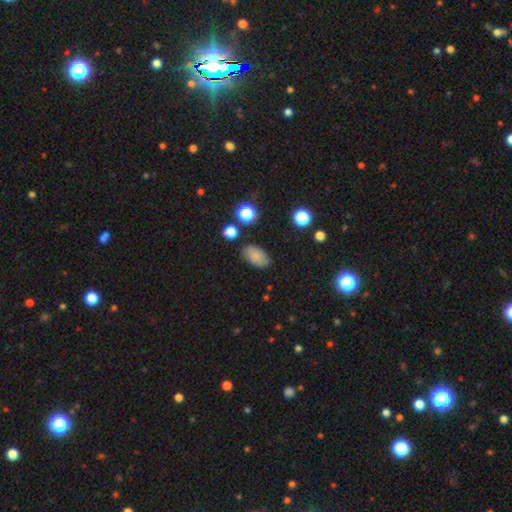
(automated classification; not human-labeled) This is likely a smooth galaxy (79%). How rounded: clearly in between (90%). Merging: likely none (79%).